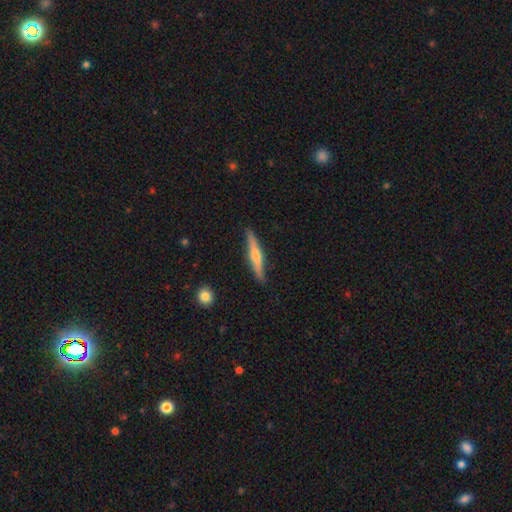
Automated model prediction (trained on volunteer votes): Q: Smooth or featured?
A: featured or disk (57%); runner-up: smooth (37%)
Q: Edge-on disk?
A: yes (96%); runner-up: no (4%)
Q: Edge-on bulge?
A: rounded (77%); runner-up: none (15%)
Q: Merging?
A: none (86%); runner-up: minor disturbance (10%)